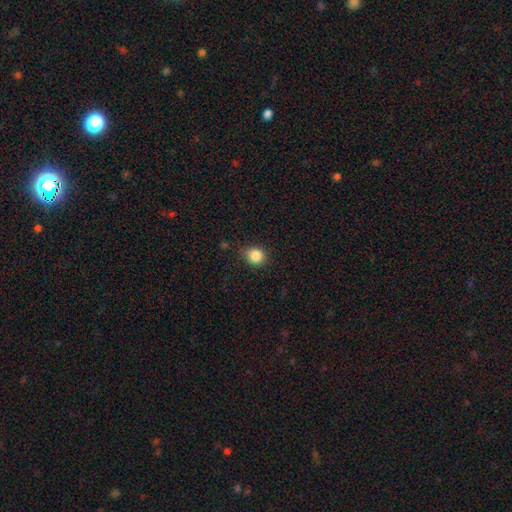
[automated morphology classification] Smooth or featured: smooth — 85% (star or artifact — 10%)
How rounded: round — 81% (in between — 19%)
Merging: none — 77% (minor disturbance — 17%)